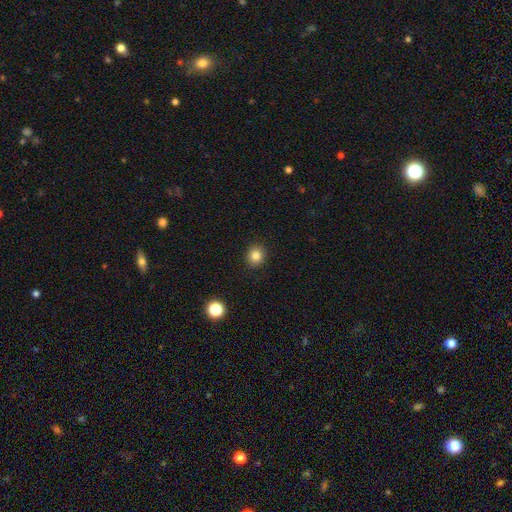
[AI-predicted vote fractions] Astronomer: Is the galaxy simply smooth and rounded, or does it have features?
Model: smooth — 83%.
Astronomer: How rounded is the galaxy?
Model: round — 82%.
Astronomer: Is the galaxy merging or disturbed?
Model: none — 91%.